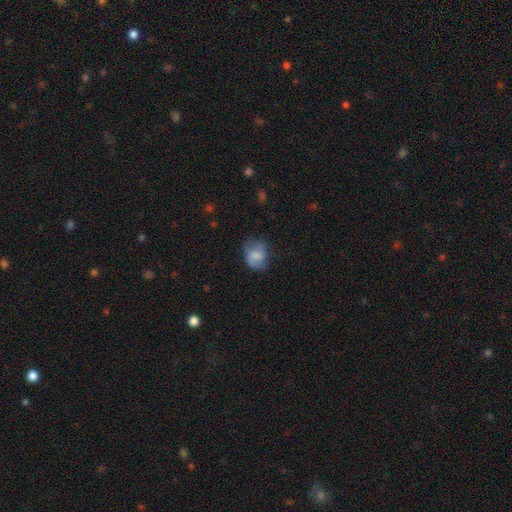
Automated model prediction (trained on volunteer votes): smooth_or_featured: smooth (p=0.58) [alt: featured or disk p=0.34]
how_rounded: in between (p=0.52) [alt: round p=0.47]
merging: none (p=0.60) [alt: minor disturbance p=0.26]